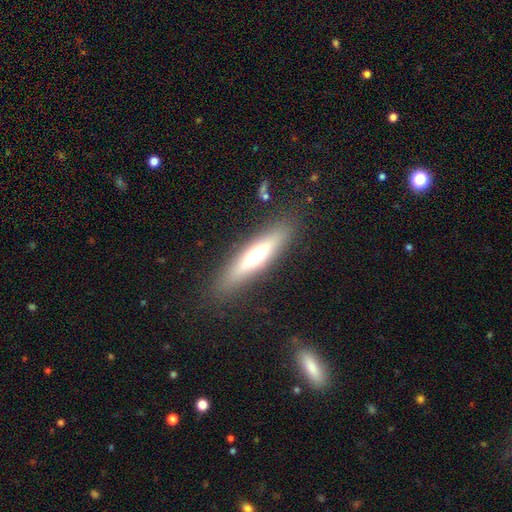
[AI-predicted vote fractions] smooth 49%, featured or disk 43%, star or artifact 8%. Down the decision tree: merging — none (86%).